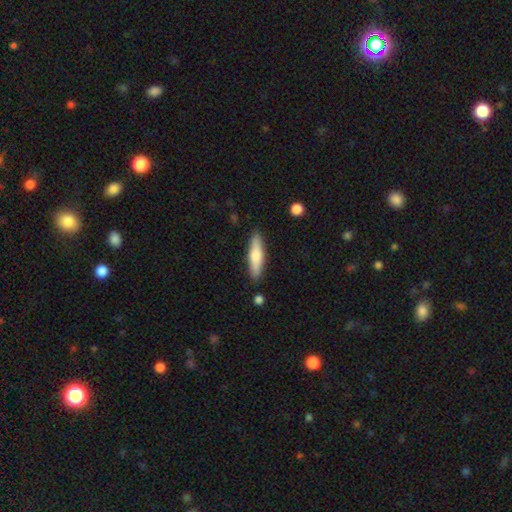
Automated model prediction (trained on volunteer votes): Overall: smooth (64%; featured or disk 30%). How rounded: cigar-shaped (73%). Merging: none (88%).